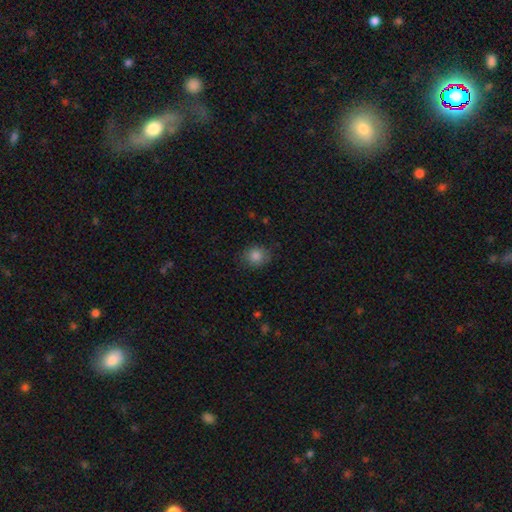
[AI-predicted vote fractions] Overall: smooth (84%). How rounded: round (71%). Merging: none (80%).